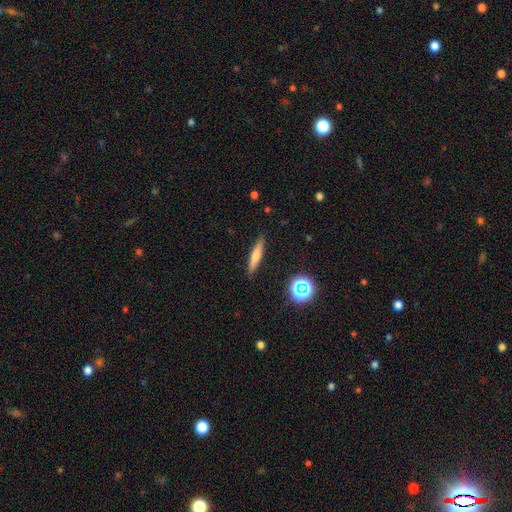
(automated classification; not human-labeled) A smooth galaxy with no disk features (59%) that is cigar-shaped (87%). Merging: none (88%).